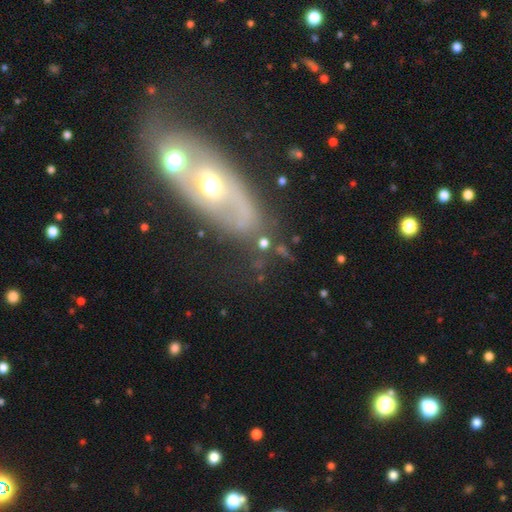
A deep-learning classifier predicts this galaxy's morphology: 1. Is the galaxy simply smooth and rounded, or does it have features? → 64% featured or disk, 26% smooth, 10% star or artifact.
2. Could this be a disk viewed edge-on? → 88% no, 12% yes.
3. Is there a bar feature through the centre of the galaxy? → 74% no, 19% weak, 8% strong.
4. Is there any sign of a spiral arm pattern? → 54% yes, 46% no.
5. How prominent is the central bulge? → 69% moderate, 15% small, 11% large, 2% dominant, 2% none.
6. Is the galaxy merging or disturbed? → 43% none, 26% merger, 16% minor disturbance, 15% major disturbance.